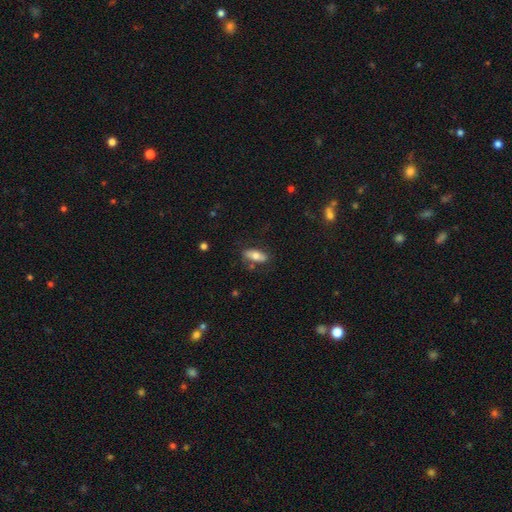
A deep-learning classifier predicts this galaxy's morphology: This appears to be a smooth galaxy with no disk features (69%) that is in between round and cigar-shaped (80%). Merging: none (75%).